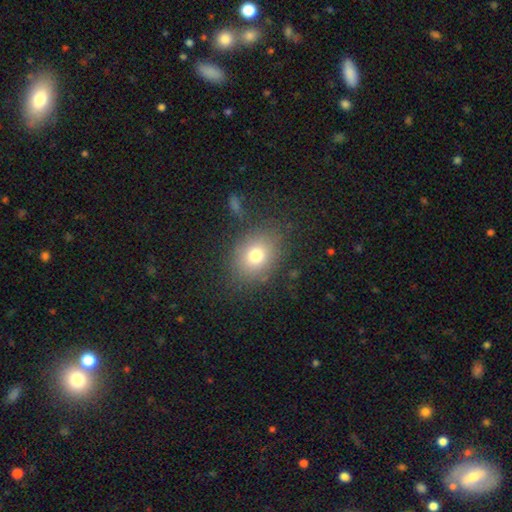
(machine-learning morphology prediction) smooth-or-featured: smooth: 75% | star or artifact: 13% | featured or disk: 12%
  how-rounded: round: 50% | in between: 49% | cigar-shaped: 1%
  merging: none: 81% | minor disturbance: 11% | major disturbance: 6% | merger: 2%